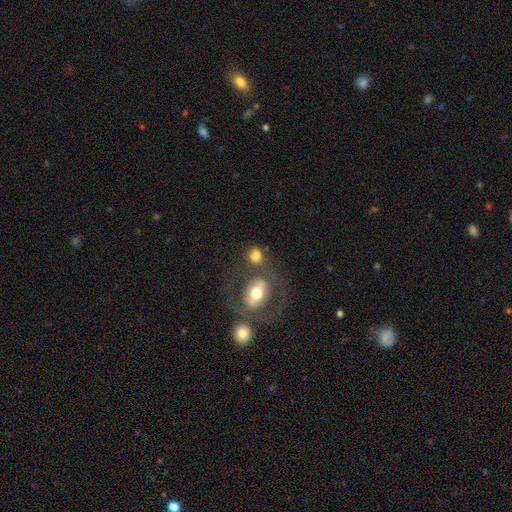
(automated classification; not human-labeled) Overall: smooth (61%; featured or disk 30%). How rounded: in between (51%; round 47%). Merging: none (50%; merger 29%).